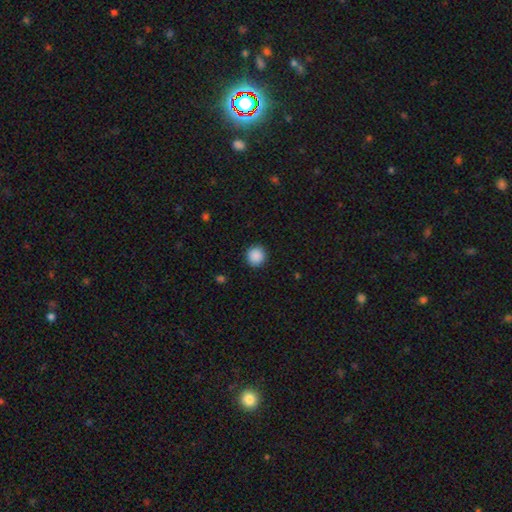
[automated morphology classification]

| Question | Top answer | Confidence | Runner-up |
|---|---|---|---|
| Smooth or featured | smooth | 89% | star or artifact (9%) |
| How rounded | round | 94% | in between (5%) |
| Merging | none | 92% | minor disturbance (5%) |